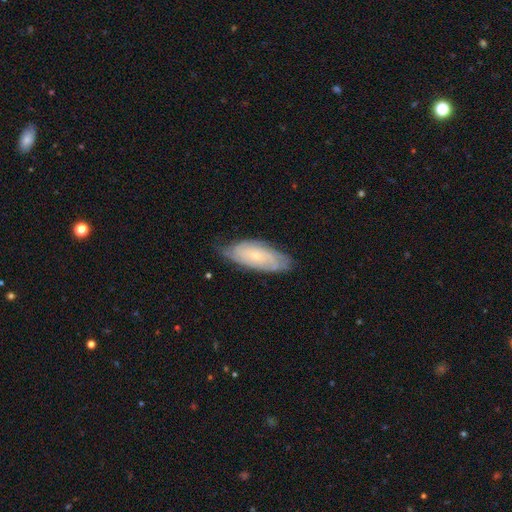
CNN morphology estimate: smooth_or_featured: featured or disk (p=0.67) [alt: smooth p=0.27]
disk_edge_on: no (p=0.89) [alt: yes p=0.11]
bar: no (p=0.74) [alt: weak p=0.22]
has_spiral_arms: yes (p=0.89) [alt: no p=0.11]
spiral_winding: tight (p=0.67) [alt: medium p=0.26]
spiral_arm_count: can't tell (p=0.50) [alt: 2 p=0.22]
bulge_size: small (p=0.76) [alt: moderate p=0.19]
merging: none (p=0.72) [alt: minor disturbance p=0.22]